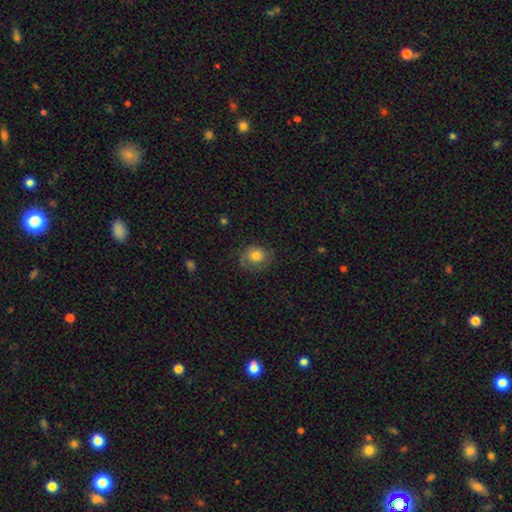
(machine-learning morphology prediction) Overall: smooth (64%; featured or disk 27%). How rounded: round (68%; in between 31%). Merging: none (67%).